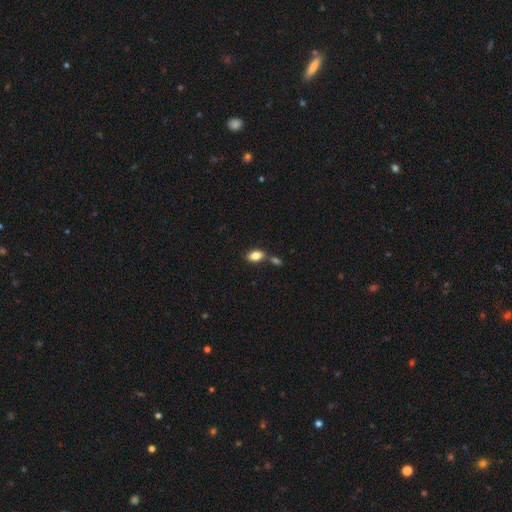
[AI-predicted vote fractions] smooth 83%, featured or disk 8%, star or artifact 8%. Down the decision tree: how rounded — in between (89%); merging — none (65%).